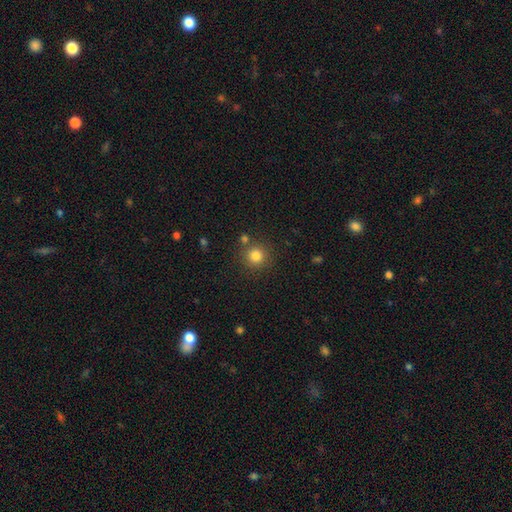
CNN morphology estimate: This appears to be a smooth galaxy with no disk features (82%) that is round (93%). Merging: none (81%).